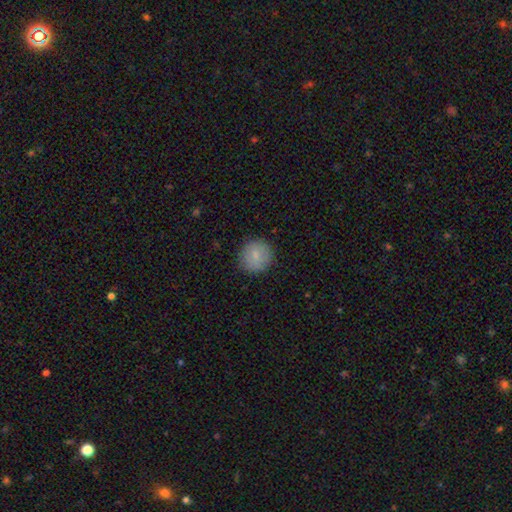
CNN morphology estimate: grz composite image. It shows a smooth galaxy with no disk features (82%) that is round (93%). Merging: none (88%).